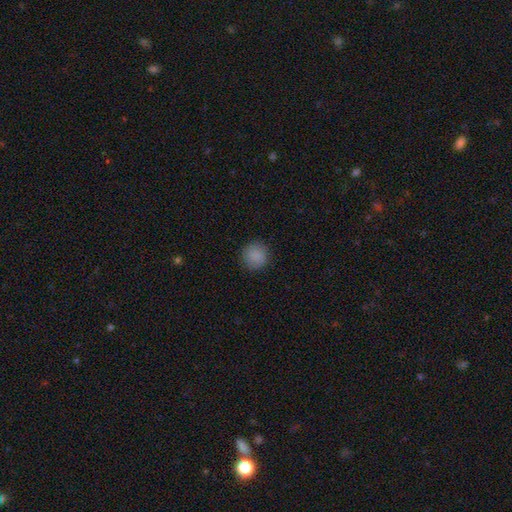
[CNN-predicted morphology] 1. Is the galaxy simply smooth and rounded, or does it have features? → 87% smooth, 9% star or artifact, 4% featured or disk.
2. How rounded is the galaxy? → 93% round, 6% in between, 1% cigar-shaped.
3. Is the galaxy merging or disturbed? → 88% none, 8% minor disturbance, 2% major disturbance, 1% merger.